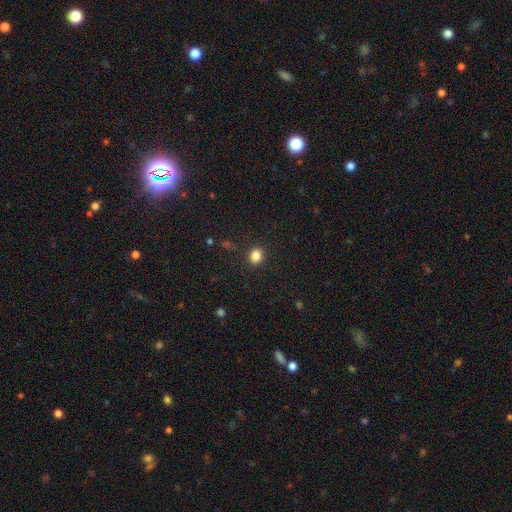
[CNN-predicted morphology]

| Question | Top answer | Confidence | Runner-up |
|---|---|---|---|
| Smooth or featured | smooth | 84% | star or artifact (12%) |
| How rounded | round | 74% | in between (26%) |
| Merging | none | 89% | minor disturbance (7%) |